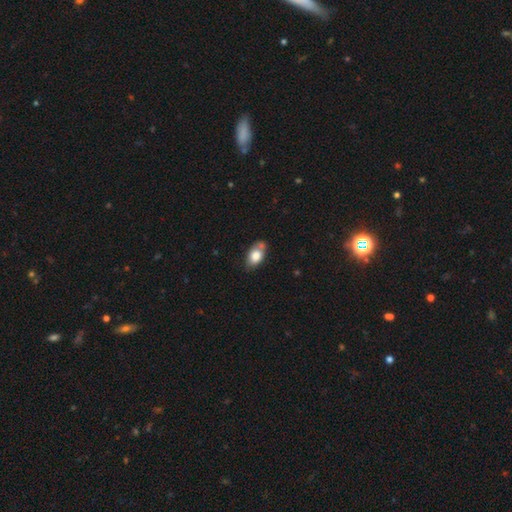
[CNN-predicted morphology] Smooth or featured: smooth — 78% (featured or disk — 15%)
How rounded: in between — 89% (round — 8%)
Merging: none — 55% (minor disturbance — 28%)